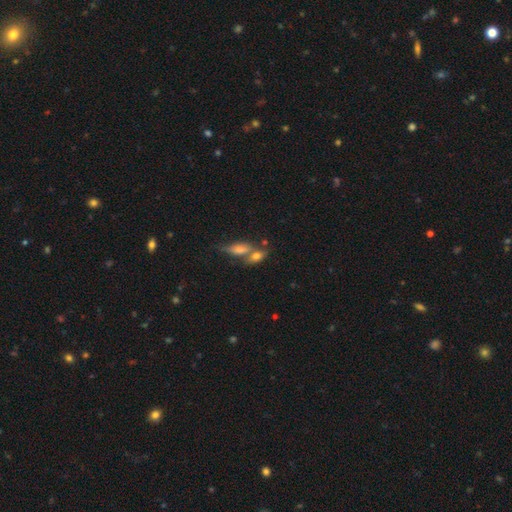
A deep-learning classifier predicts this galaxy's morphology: Smooth or featured: smooth — 61% (featured or disk — 25%)
How rounded: in between — 68% (cigar-shaped — 21%)
Merging: merger — 50% (none — 36%)